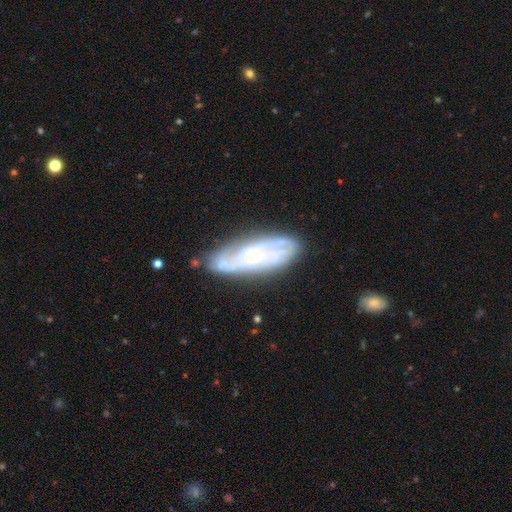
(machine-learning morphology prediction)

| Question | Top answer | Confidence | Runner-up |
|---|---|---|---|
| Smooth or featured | featured or disk | 77% | smooth (16%) |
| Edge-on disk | no | 85% | yes (15%) |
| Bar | no | 63% | weak (29%) |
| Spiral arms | yes | 86% | no (14%) |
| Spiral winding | tight | 58% | medium (33%) |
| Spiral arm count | can't tell | 45% | 2 (25%) |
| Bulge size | small | 69% | moderate (22%) |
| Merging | none | 73% | minor disturbance (19%) |